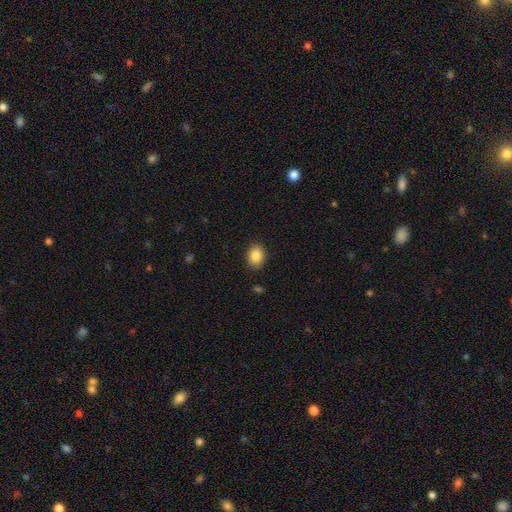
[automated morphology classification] A smooth galaxy with no disk features (88%) that is in between round and cigar-shaped (65%).

Vote fractions:
- Smooth or featured? smooth: 88% / star or artifact: 8% / featured or disk: 4%
- How rounded? in between: 65% / round: 34% / cigar-shaped: 1%
- Merging? none: 88% / minor disturbance: 9% / major disturbance: 2% / merger: 1%